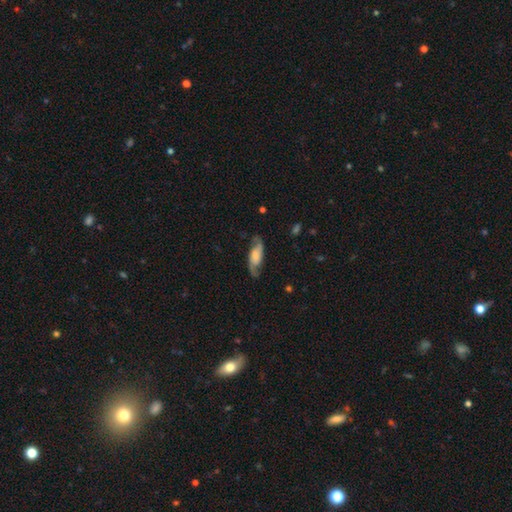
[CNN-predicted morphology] A featured or disk galaxy (66%) with no bar (53%), 2 (89%) loose (43%) spiral arms (92%) and a large central bulge (27%, tied with none).

Vote fractions:
- Smooth or featured? featured or disk: 66% / smooth: 27% / star or artifact: 7%
- Edge-on disk? no: 86% / yes: 14%
- Bar? no: 53% / weak: 32% / strong: 14%
- Spiral arms? yes: 92% / no: 8%
- Spiral winding? loose: 43% / medium: 41% / tight: 16%
- Spiral arm count? 2: 89% / can't tell: 6% / 1: 3% / 3: 1% / 4: 1% / more than 4: 1%
- Bulge size? large: 27% (tied) / none: 27% (tied) / moderate: 20% / small: 20% / dominant: 6%
- Merging? none: 73% / minor disturbance: 17% / major disturbance: 8% / merger: 2%